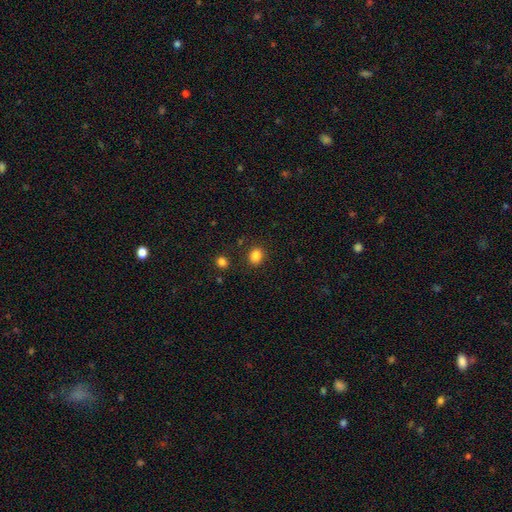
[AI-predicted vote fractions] Smooth or featured? Predicted: smooth (p=0.85). How rounded? Predicted: round (p=0.53). Merging? Predicted: none (p=0.86).